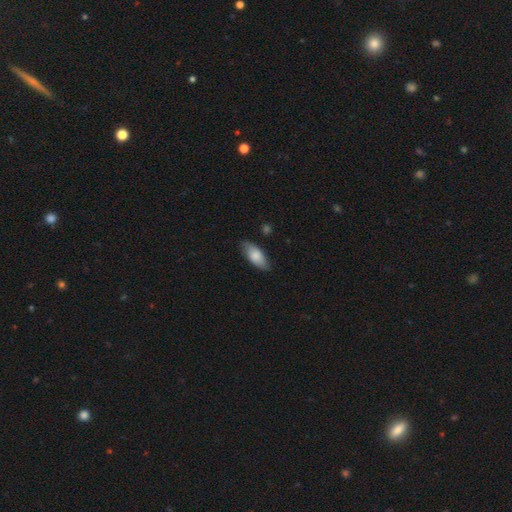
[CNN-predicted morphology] Smooth or featured?
  - smooth: 79% *
  - featured or disk: 15%
  - star or artifact: 6%
How rounded?
  - in between: 85% *
  - cigar-shaped: 13%
  - round: 2%
Merging?
  - none: 80% *
  - minor disturbance: 16%
  - major disturbance: 3%
  - merger: 1%